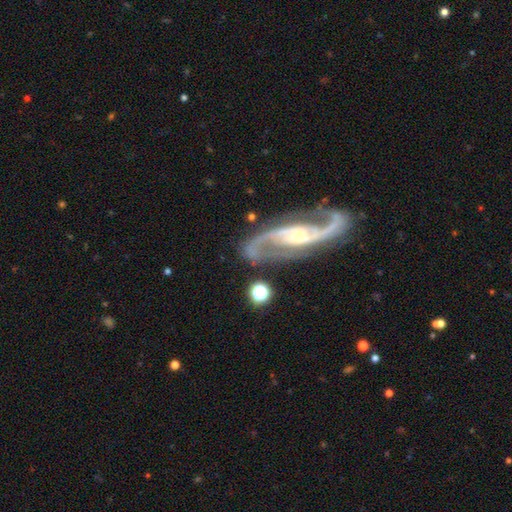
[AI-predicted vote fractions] This is clearly a featured or disk galaxy (93%). It is clearly not viewed edge-on (95%). Bar: marginally weak (38%). Spiral arm pattern: clearly yes (98%). Spiral arm count: clearly 2 (94%). Spiral winding: possibly medium (56%). Central bulge: possibly moderate (45%, tied with small). Merging: likely none (77%).